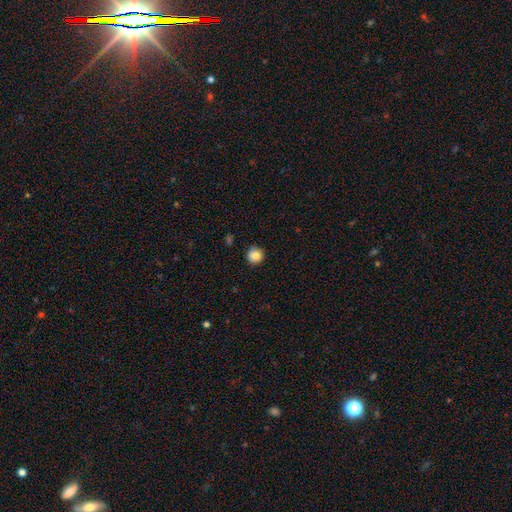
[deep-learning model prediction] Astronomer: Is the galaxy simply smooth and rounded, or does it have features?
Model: smooth — 83%.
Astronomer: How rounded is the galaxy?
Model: round — 93%.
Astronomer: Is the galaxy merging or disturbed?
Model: none — 85%.